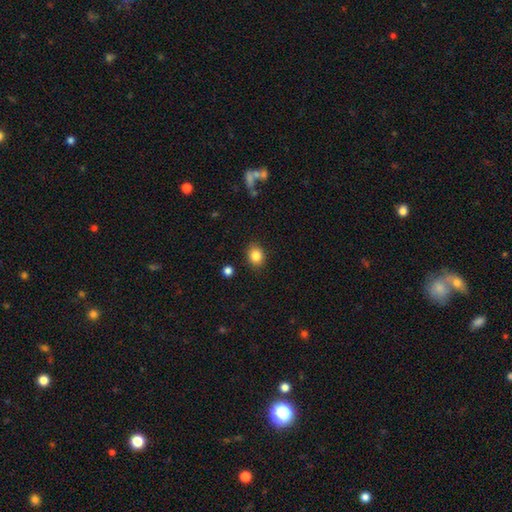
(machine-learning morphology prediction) The model was most divided on "how rounded": round: 54%, in between: 45%, cigar-shaped: 1%. More confident: merging — none (87%); smooth or featured — smooth (85%).